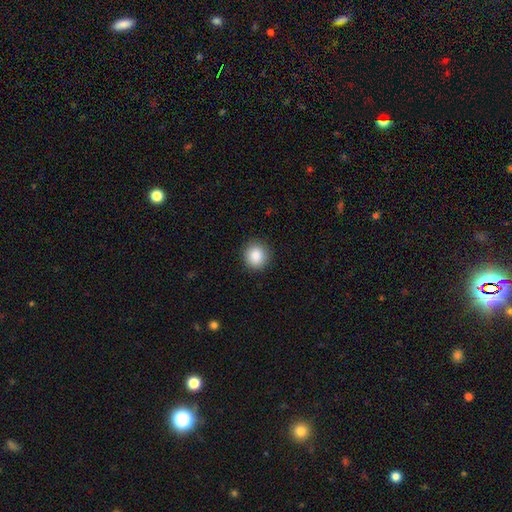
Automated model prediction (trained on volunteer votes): This is clearly a smooth galaxy (86%). How rounded: clearly round (91%). Merging: clearly none (91%).